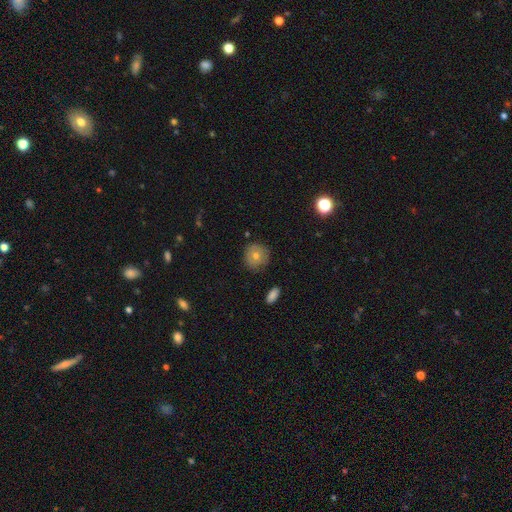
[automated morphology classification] Smooth or featured: smooth — 64% (featured or disk — 23%)
How rounded: round — 92% (in between — 7%)
Merging: none — 83% (minor disturbance — 13%)